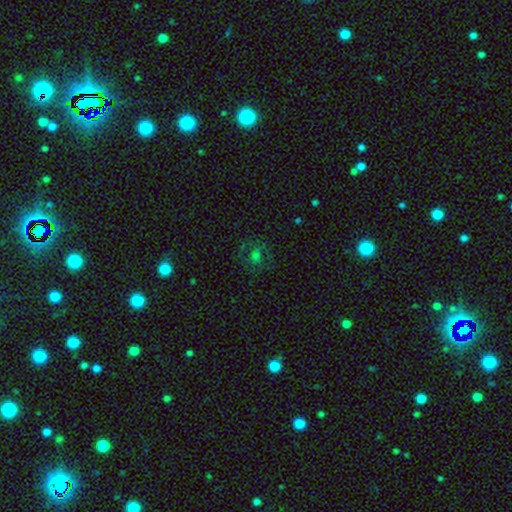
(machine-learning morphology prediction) This is possibly a smooth galaxy (48%). Merging: likely none (71%).